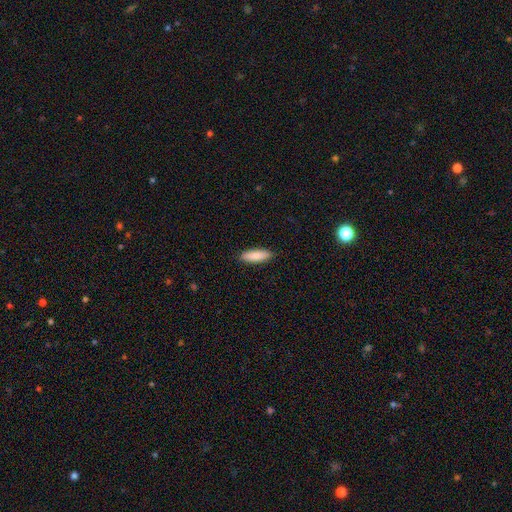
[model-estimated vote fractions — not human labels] Smooth or featured? smooth (86%)
How rounded? in between (54%)
Merging? none (90%)